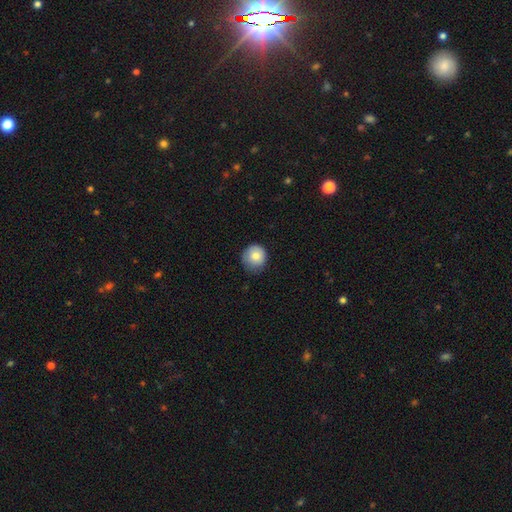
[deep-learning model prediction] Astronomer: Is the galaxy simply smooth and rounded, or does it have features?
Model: smooth — 79%.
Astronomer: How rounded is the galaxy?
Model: round — 88%.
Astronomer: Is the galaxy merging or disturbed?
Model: none — 68%.